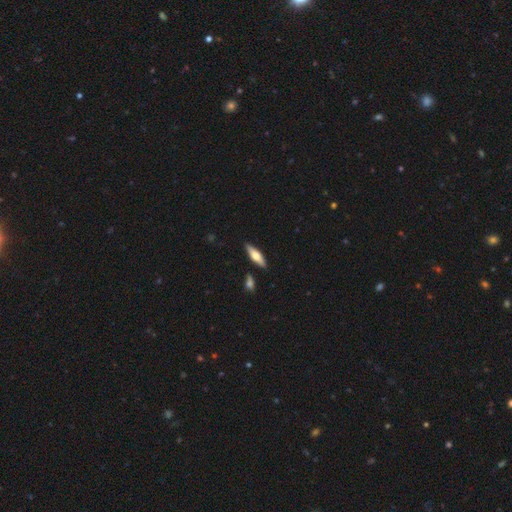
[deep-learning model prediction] smooth_or_featured: smooth (p=0.56) [alt: featured or disk p=0.39]
how_rounded: cigar-shaped (p=0.53) [alt: in between p=0.45]
merging: none (p=0.86) [alt: minor disturbance p=0.09]